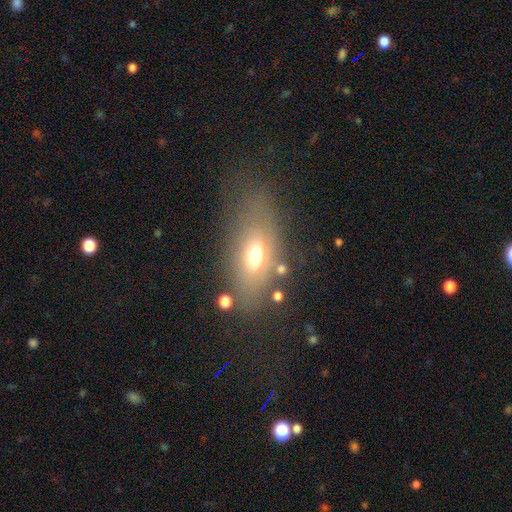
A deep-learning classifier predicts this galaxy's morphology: This appears to be a smooth galaxy with no disk features (58%) that is in between round and cigar-shaped (77%). Merging: none (60%).